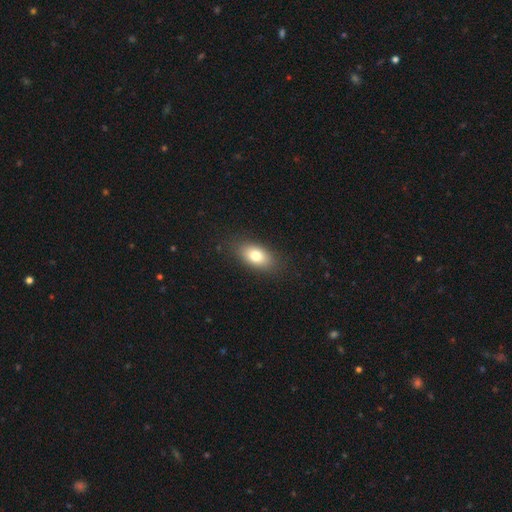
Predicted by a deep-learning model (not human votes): smooth-or-featured: smooth: 78% | featured or disk: 14% | star or artifact: 8%
  how-rounded: in between: 87% | round: 8% | cigar-shaped: 5%
  merging: none: 85% | minor disturbance: 11% | major disturbance: 3% | merger: 1%